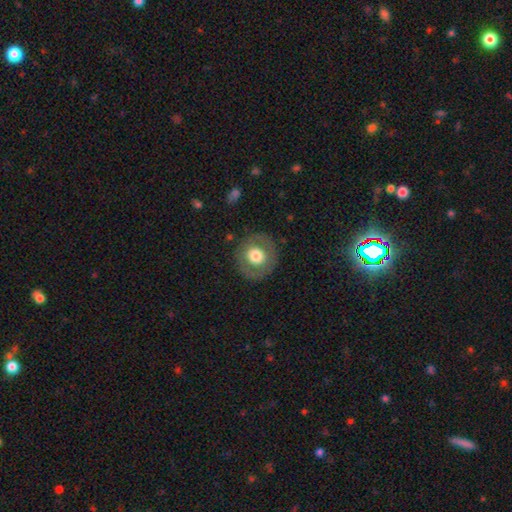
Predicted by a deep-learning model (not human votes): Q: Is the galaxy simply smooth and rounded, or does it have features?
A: smooth — 62%.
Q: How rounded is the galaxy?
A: round — 92%.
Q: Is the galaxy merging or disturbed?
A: none — 85%.